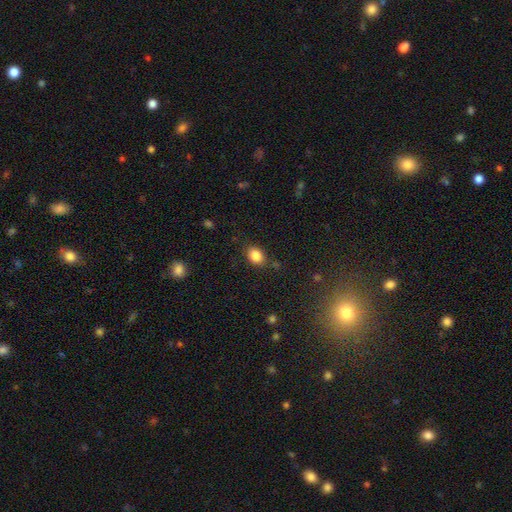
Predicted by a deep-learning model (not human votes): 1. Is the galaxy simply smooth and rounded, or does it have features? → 85% smooth, 10% star or artifact, 5% featured or disk.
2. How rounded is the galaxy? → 65% in between, 34% round, 1% cigar-shaped.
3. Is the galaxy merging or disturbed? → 79% none, 14% minor disturbance, 4% major disturbance, 3% merger.